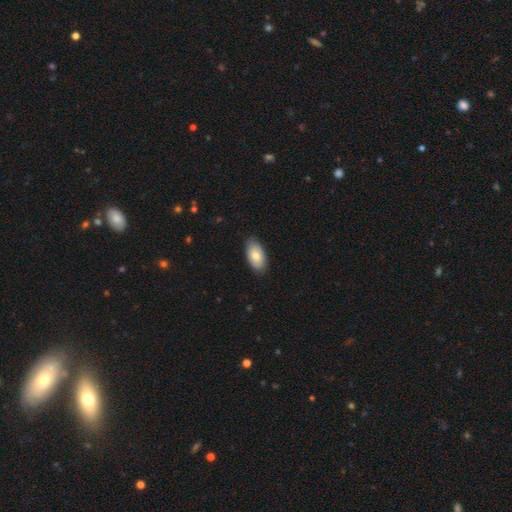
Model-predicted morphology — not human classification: type=smooth (76%); roundness=in between (94%); merging=none (85%).